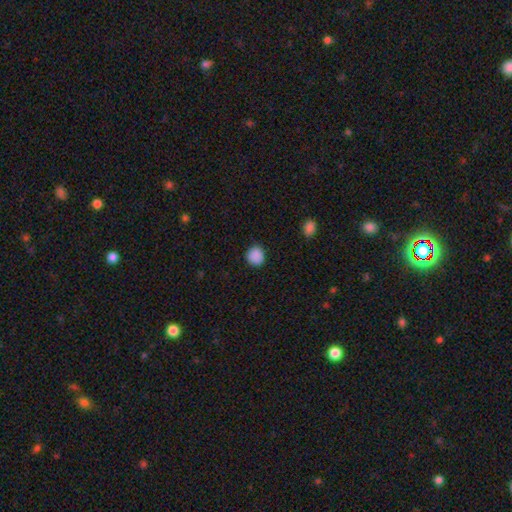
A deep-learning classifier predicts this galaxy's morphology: Q: Smooth or featured?
A: smooth (89%); runner-up: star or artifact (9%)
Q: How rounded?
A: round (87%); runner-up: in between (12%)
Q: Merging?
A: none (88%); runner-up: minor disturbance (9%)